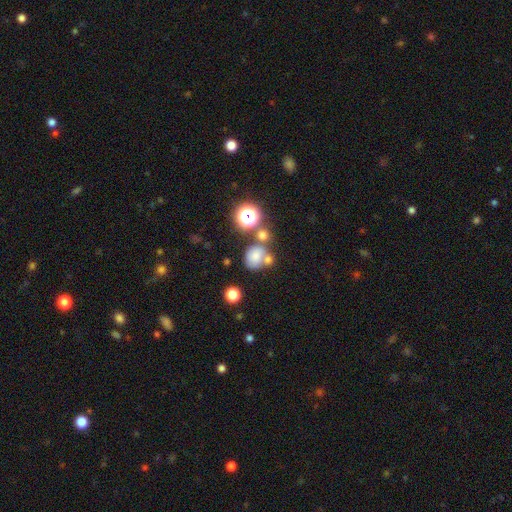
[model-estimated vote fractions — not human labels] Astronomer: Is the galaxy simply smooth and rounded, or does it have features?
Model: smooth — 68%.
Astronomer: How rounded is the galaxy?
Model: round — 69%.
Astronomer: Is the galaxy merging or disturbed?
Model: none — 46% (runner-up: merger, 32%).